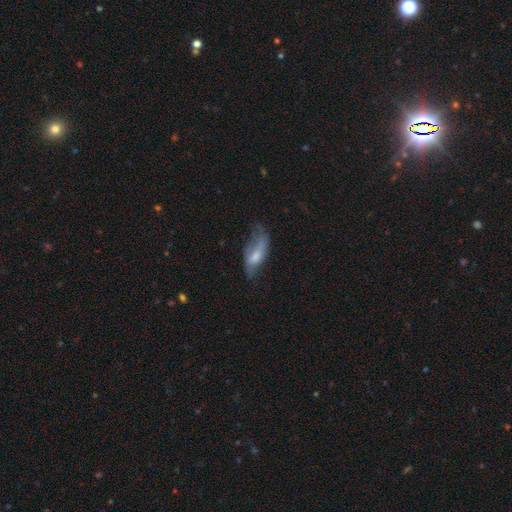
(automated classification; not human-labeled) Smooth or featured?
  - smooth: 50% *
  - featured or disk: 42%
  - star or artifact: 8%
Merging?
  - none: 34% *
  - minor disturbance: 32%
  - major disturbance: 32%
  - merger: 3%